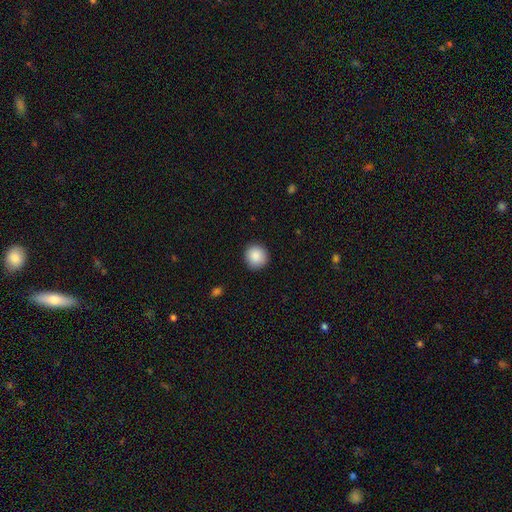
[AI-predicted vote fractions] smooth_or_featured: smooth (p=0.89) [alt: star or artifact p=0.08]
how_rounded: round (p=0.92) [alt: in between p=0.07]
merging: none (p=0.91) [alt: minor disturbance p=0.06]